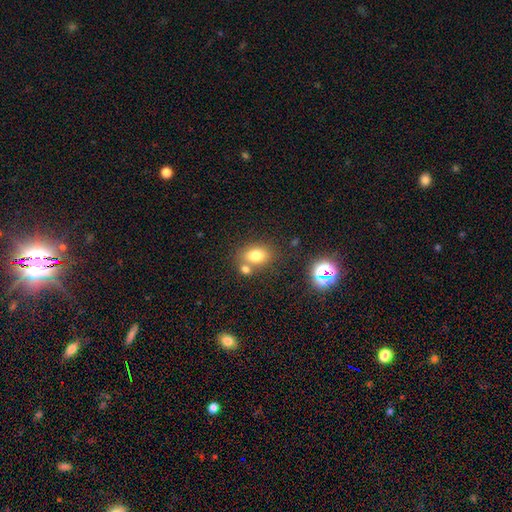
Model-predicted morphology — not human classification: Smooth or featured: smooth — 76% (star or artifact — 13%)
How rounded: in between — 65% (round — 33%)
Merging: none — 58% (merger — 26%)